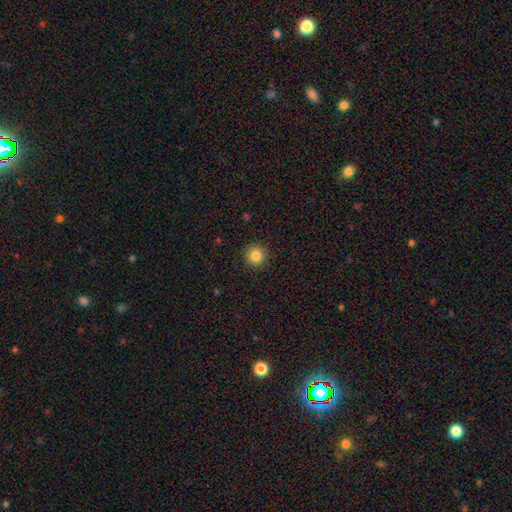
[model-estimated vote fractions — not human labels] Overall: smooth (84%). How rounded: round (95%). Merging: none (91%).